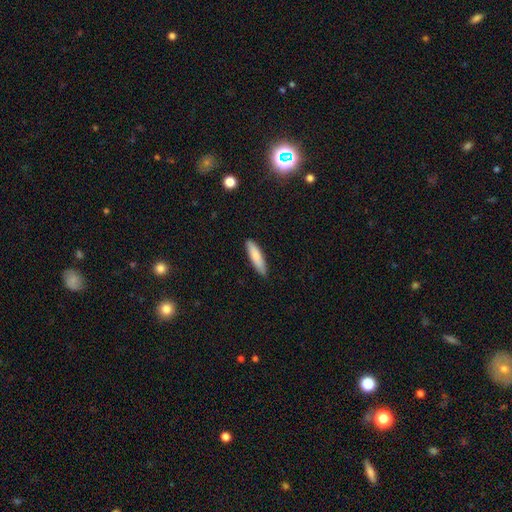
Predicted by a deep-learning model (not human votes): This appears to be a smooth galaxy with no disk features (82%) that is cigar-shaped (73%). Merging: none (87%).